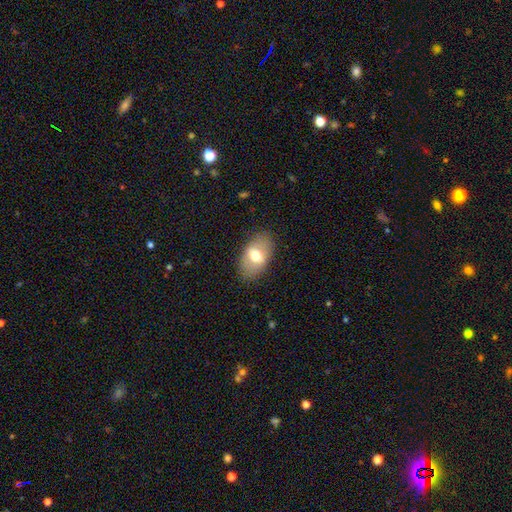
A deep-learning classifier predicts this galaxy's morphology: smooth_or_featured: smooth (p=0.64) [alt: featured or disk p=0.29]
how_rounded: in between (p=0.91) [alt: round p=0.08]
merging: none (p=0.84) [alt: minor disturbance p=0.11]